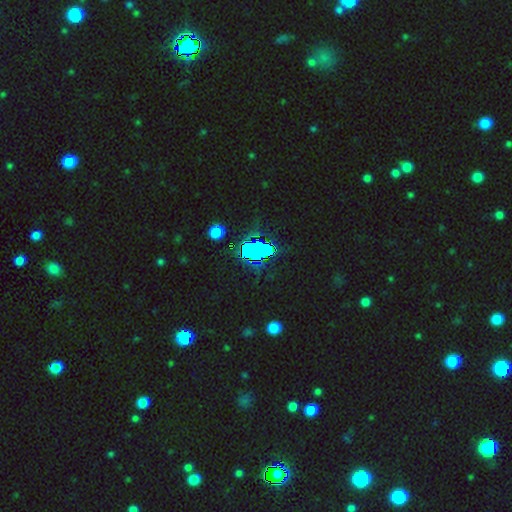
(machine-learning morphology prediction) This is likely a star or artifact rather than a galaxy (72%).